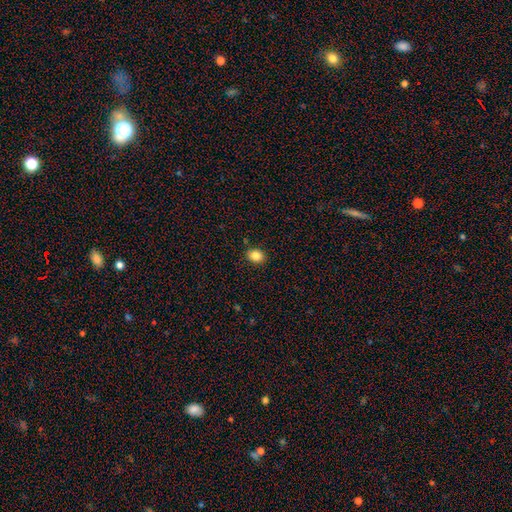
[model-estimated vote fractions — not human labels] This is clearly a smooth galaxy (85%). How rounded: possibly round (54%). Merging: clearly none (88%).